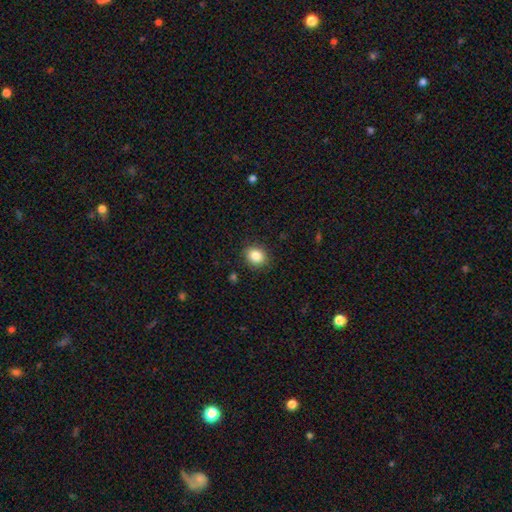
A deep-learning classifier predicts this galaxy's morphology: type=smooth (85%); roundness=round (66%); merging=none (88%).